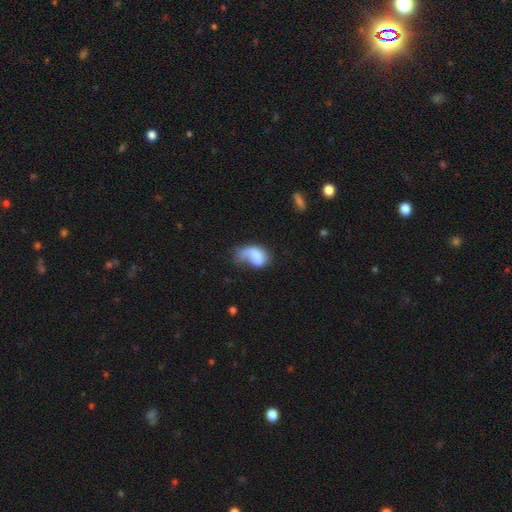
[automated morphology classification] Q: Smooth or featured?
A: smooth (59%); runner-up: featured or disk (33%)
Q: How rounded?
A: in between (82%); runner-up: round (17%)
Q: Merging?
A: major disturbance (46%); runner-up: minor disturbance (24%)